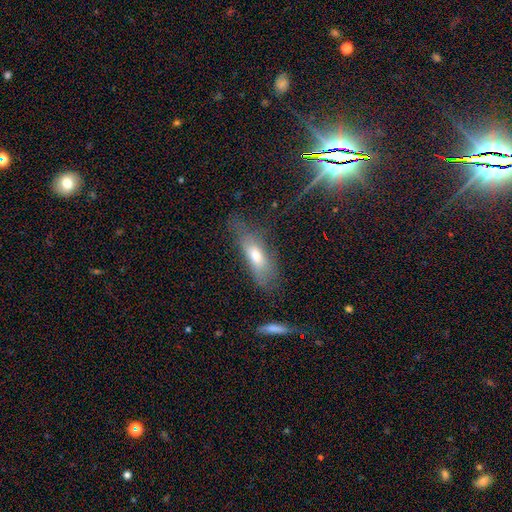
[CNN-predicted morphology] Smooth or featured?
  - smooth: 63% *
  - featured or disk: 28%
  - star or artifact: 10%
How rounded?
  - in between: 57% *
  - cigar-shaped: 40%
  - round: 3%
Merging?
  - none: 48% *
  - minor disturbance: 29%
  - major disturbance: 20%
  - merger: 3%